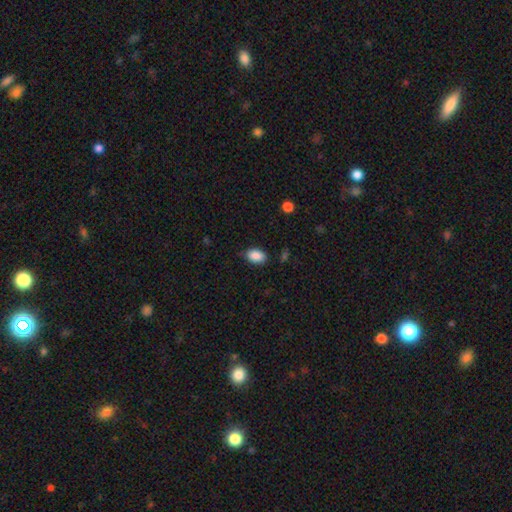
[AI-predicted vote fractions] smooth_or_featured: smooth (p=0.89) [alt: star or artifact p=0.08]
how_rounded: in between (p=0.88) [alt: round p=0.11]
merging: none (p=0.80) [alt: minor disturbance p=0.15]